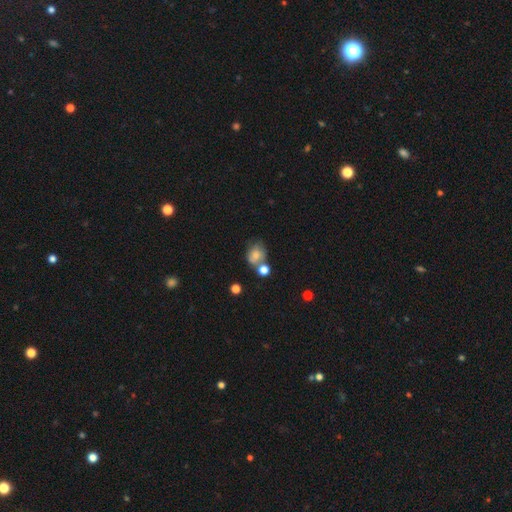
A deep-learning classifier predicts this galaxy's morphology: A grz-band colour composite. It shows a smooth galaxy with no disk features (72%) that is in between round and cigar-shaped (56%). Merging: none (41%).